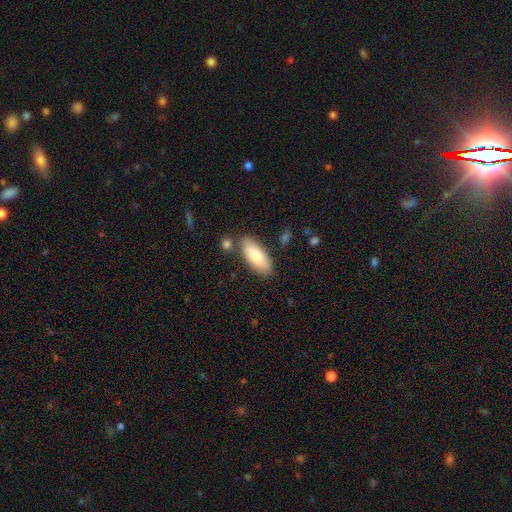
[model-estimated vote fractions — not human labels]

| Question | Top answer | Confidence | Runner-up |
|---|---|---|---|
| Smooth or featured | smooth | 74% | featured or disk (21%) |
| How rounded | in between | 82% | cigar-shaped (16%) |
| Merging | none | 79% | minor disturbance (12%) |